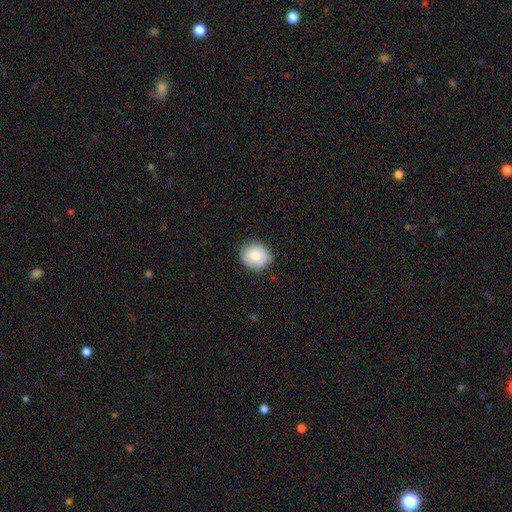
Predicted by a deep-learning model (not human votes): Morphology: type=smooth (84%); roundness=round (87%); merging=none (84%).